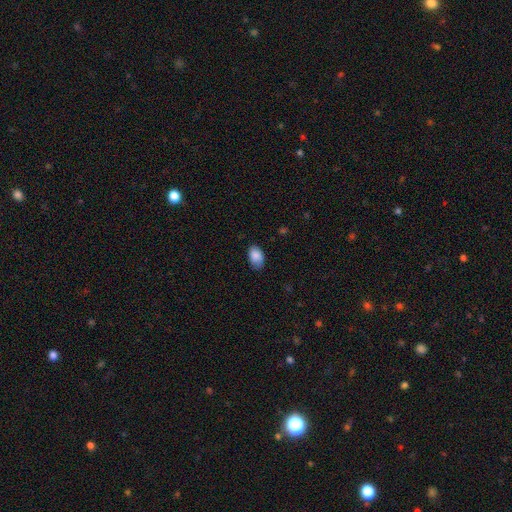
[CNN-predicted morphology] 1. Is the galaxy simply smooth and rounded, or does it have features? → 88% smooth, 7% star or artifact, 5% featured or disk.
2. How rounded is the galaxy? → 90% in between, 9% round, 1% cigar-shaped.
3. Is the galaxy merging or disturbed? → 74% none, 21% minor disturbance, 3% major disturbance, 1% merger.